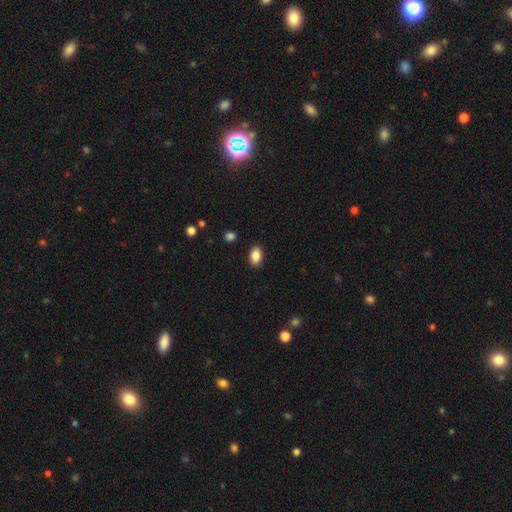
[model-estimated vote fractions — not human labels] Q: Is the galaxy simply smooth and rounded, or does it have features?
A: smooth — 87%.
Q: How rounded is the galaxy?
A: in between — 88%.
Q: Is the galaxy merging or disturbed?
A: none — 89%.